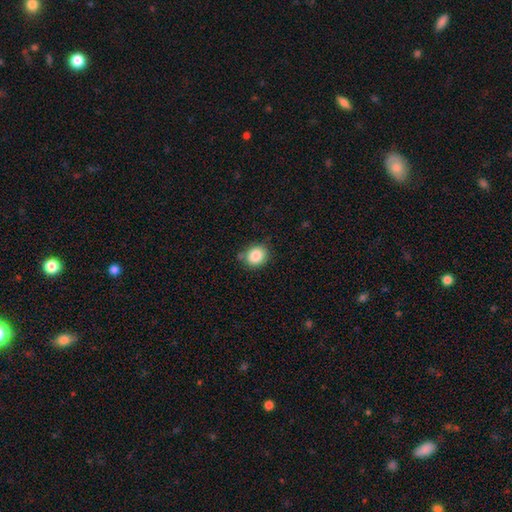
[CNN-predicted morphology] Overall: smooth (86%). How rounded: round (71%). Merging: none (79%).